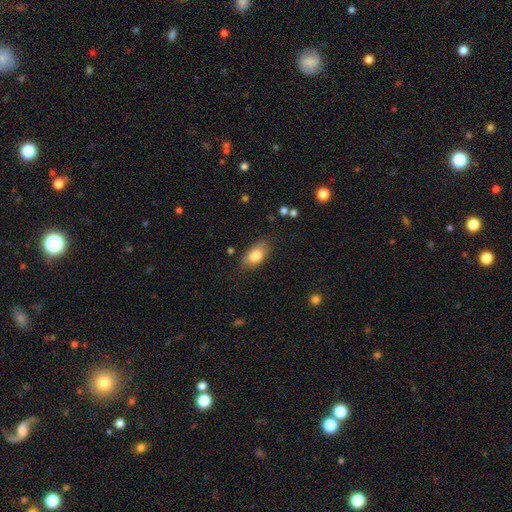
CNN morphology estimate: Smooth or featured? Predicted: smooth (p=0.80). How rounded? Predicted: in between (p=0.89). Merging? Predicted: none (p=0.71).